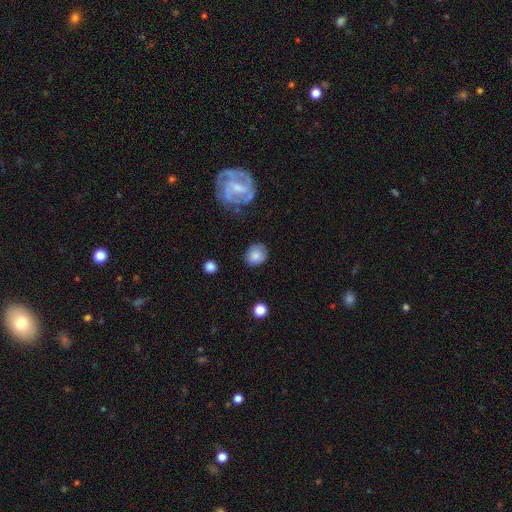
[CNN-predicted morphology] Overall: smooth (80%). How rounded: round (70%). Merging: none (77%).